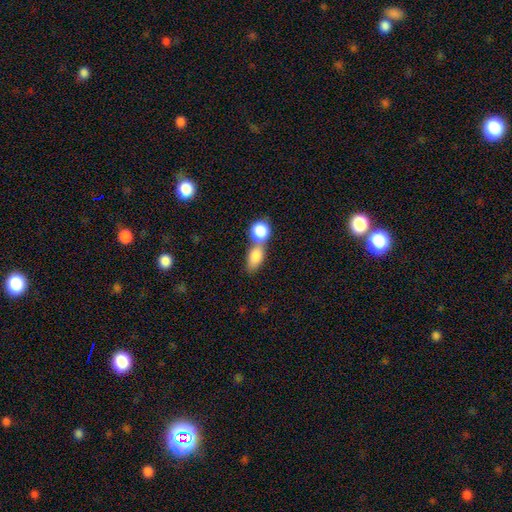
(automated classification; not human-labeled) Q: Smooth or featured?
A: smooth (82%); runner-up: featured or disk (10%)
Q: How rounded?
A: in between (71%); runner-up: round (23%)
Q: Merging?
A: merger (66%); runner-up: none (24%)